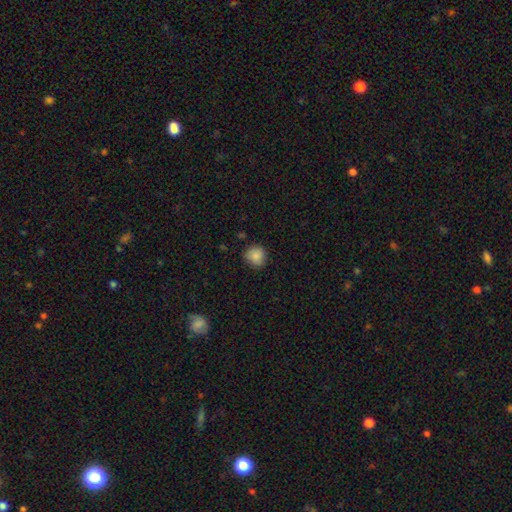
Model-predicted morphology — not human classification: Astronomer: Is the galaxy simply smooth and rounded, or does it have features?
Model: smooth — 87%.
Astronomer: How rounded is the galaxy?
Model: round — 89%.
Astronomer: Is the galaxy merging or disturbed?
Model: none — 82%.